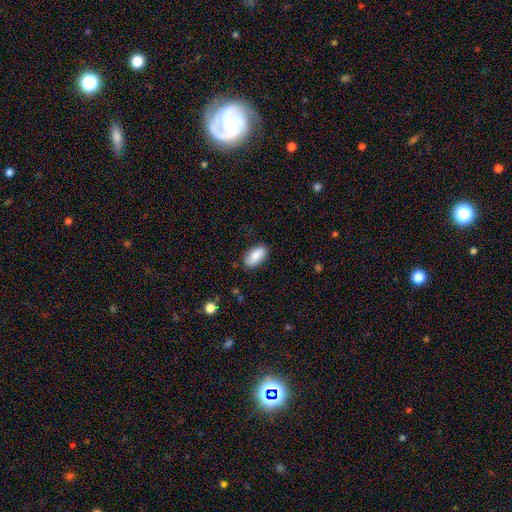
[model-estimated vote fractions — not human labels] smooth 85%, featured or disk 9%, star or artifact 6%. Down the decision tree: how rounded — in between (93%); merging — none (84%).